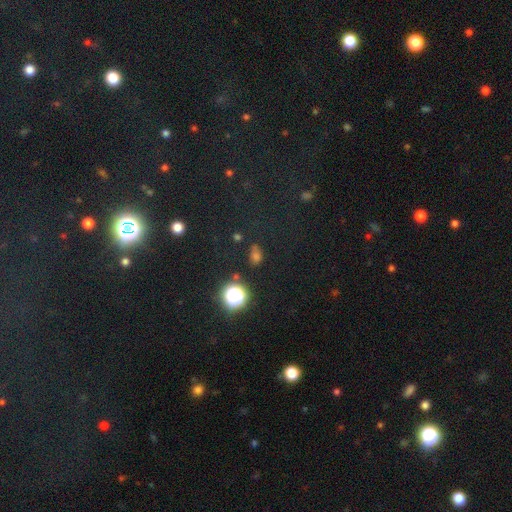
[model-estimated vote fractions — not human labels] Smooth or featured? Predicted: smooth (p=0.53). How rounded? Predicted: in between (p=0.52). Merging? Predicted: none (p=0.71).